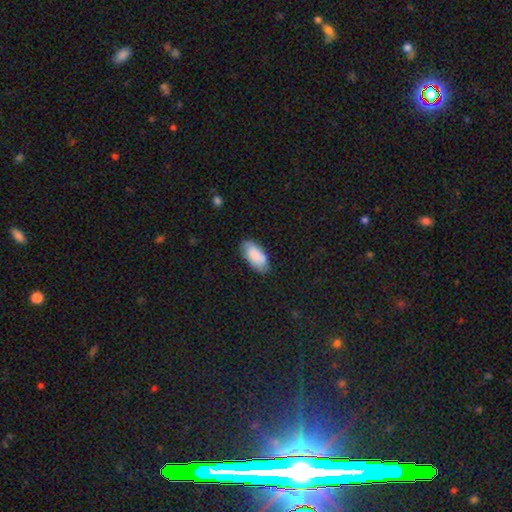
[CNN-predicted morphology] Q: Smooth or featured?
A: smooth (85%); runner-up: featured or disk (9%)
Q: How rounded?
A: in between (93%); runner-up: cigar-shaped (5%)
Q: Merging?
A: none (80%); runner-up: minor disturbance (15%)